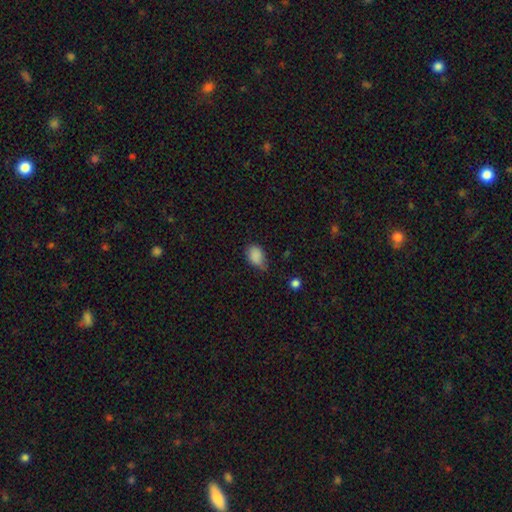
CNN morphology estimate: smooth_or_featured: smooth (p=0.86) [alt: star or artifact p=0.09]
how_rounded: in between (p=0.79) [alt: round p=0.19]
merging: none (p=0.49) [alt: minor disturbance p=0.41]